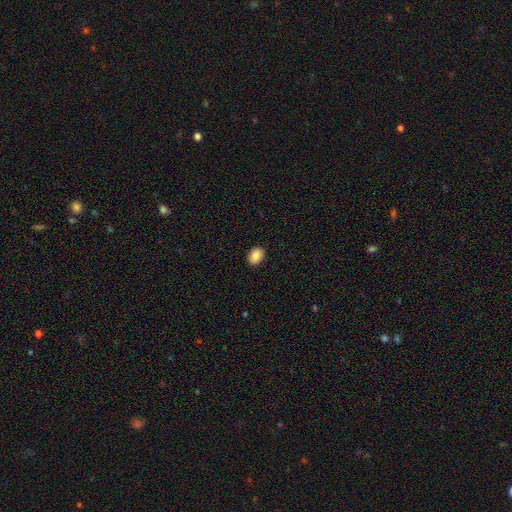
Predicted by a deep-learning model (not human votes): This is clearly a smooth galaxy (88%). How rounded: likely in between (70%). Merging: clearly none (90%).